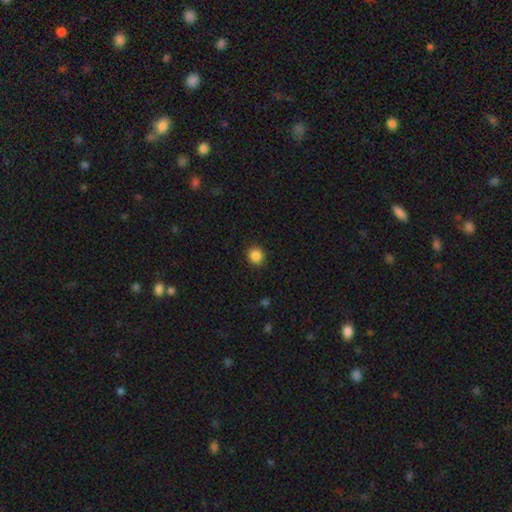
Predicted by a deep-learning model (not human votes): smooth 86%, star or artifact 10%, featured or disk 4%. Down the decision tree: how rounded — round (87%); merging — none (91%).